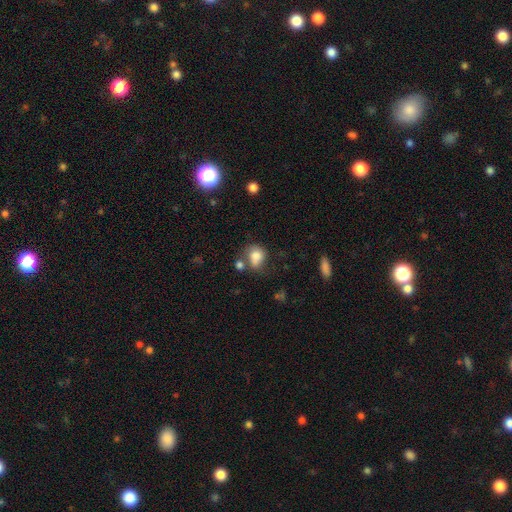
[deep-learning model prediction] Smooth or featured? Predicted: smooth (p=0.78). How rounded? Predicted: round (p=0.56). Merging? Predicted: none (p=0.41).